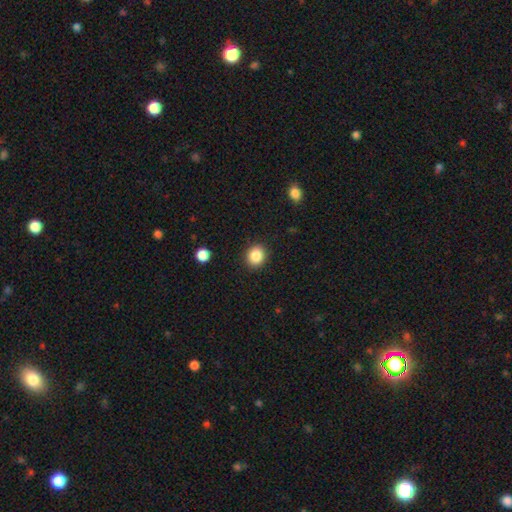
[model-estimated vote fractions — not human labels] smooth-or-featured: smooth: 87% | star or artifact: 10% | featured or disk: 4%
  how-rounded: round: 75% | in between: 24% | cigar-shaped: 1%
  merging: none: 90% | minor disturbance: 7% | major disturbance: 2% | merger: 1%